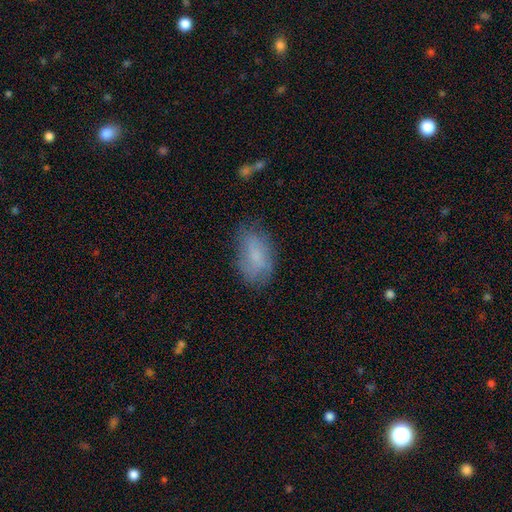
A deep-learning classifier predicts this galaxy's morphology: smooth 71%, featured or disk 22%, star or artifact 8%. Down the decision tree: how rounded — in between (92%); merging — none (64%).